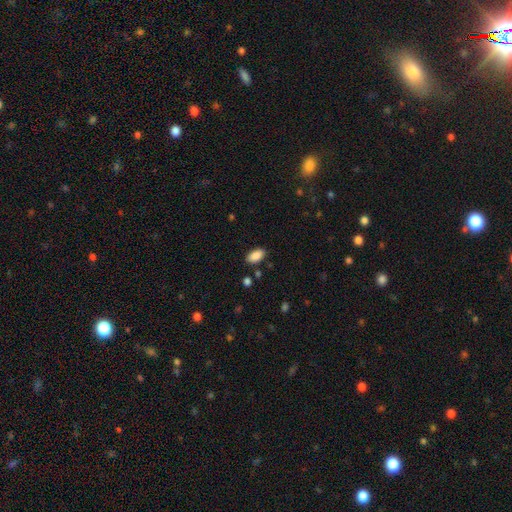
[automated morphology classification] smooth_or_featured: smooth (p=0.89) [alt: star or artifact p=0.07]
how_rounded: in between (p=0.94) [alt: round p=0.03]
merging: none (p=0.85) [alt: minor disturbance p=0.10]